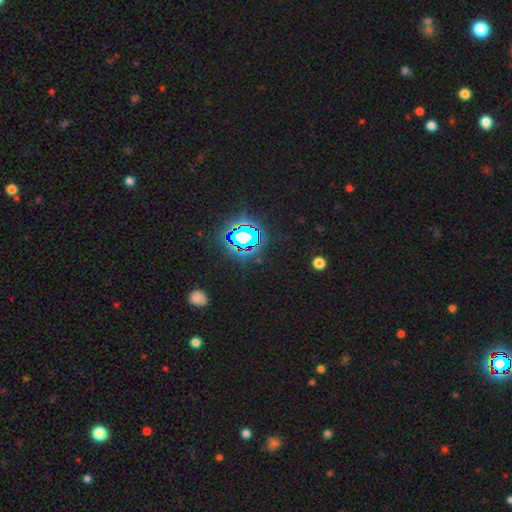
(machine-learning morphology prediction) Overall: star or artifact (82%).